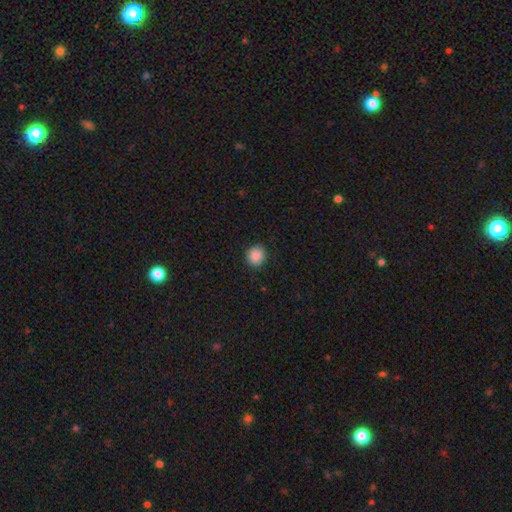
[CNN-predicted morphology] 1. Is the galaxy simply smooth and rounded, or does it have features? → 88% smooth, 9% star or artifact, 3% featured or disk.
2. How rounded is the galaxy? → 90% round, 9% in between, 1% cigar-shaped.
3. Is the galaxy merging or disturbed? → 90% none, 7% minor disturbance, 2% major disturbance, 1% merger.